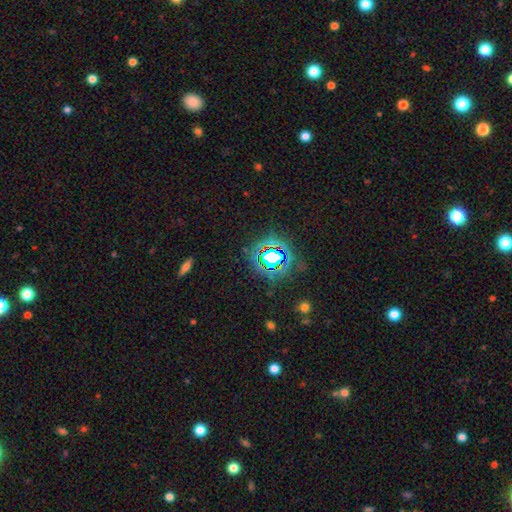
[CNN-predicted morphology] smooth_or_featured: star or artifact (p=0.79) [alt: smooth p=0.13]